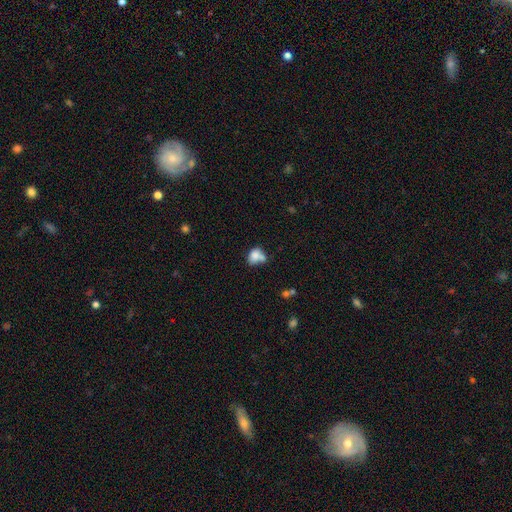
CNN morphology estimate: Smooth or featured?
  - smooth: 78% *
  - featured or disk: 12%
  - star or artifact: 10%
How rounded?
  - in between: 62% *
  - round: 36%
  - cigar-shaped: 1%
Merging?
  - merger: 45% *
  - none: 30%
  - minor disturbance: 17%
  - major disturbance: 9%